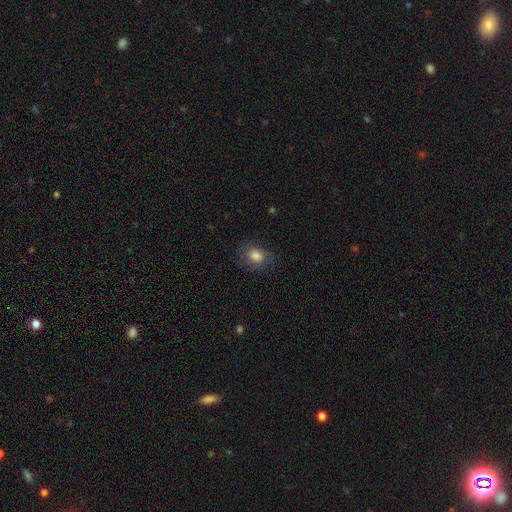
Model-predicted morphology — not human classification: smooth 78%, featured or disk 13%, star or artifact 9%. Down the decision tree: how rounded — in between (51%); merging — none (72%).